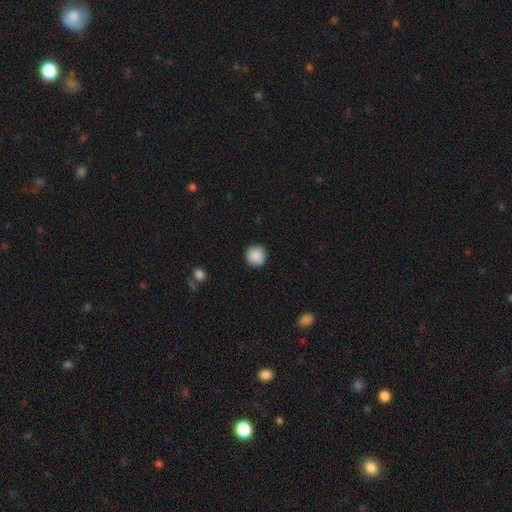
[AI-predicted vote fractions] A smooth galaxy with no disk features (88%) that is round (94%).

Vote fractions:
- Smooth or featured? smooth: 88% / star or artifact: 8% / featured or disk: 3%
- How rounded? round: 94% / in between: 5% / cigar-shaped: 1%
- Merging? none: 88% / minor disturbance: 9% / major disturbance: 2% / merger: 1%